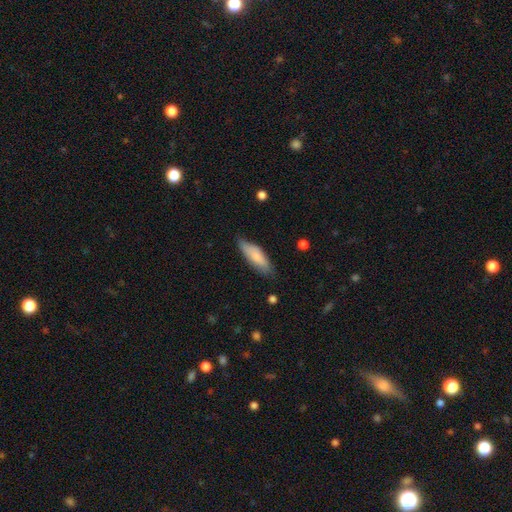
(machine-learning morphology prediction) Q: Smooth or featured?
A: smooth (78%); runner-up: featured or disk (16%)
Q: How rounded?
A: in between (56%); runner-up: cigar-shaped (42%)
Q: Merging?
A: none (72%); runner-up: minor disturbance (23%)